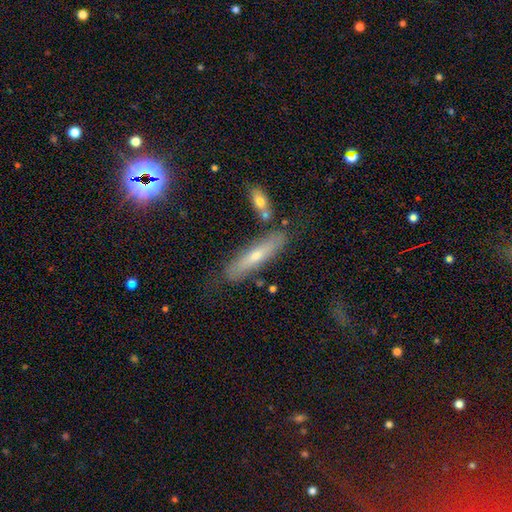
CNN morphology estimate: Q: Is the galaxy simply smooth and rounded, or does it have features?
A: smooth — 47%.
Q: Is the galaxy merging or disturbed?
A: none — 76%.